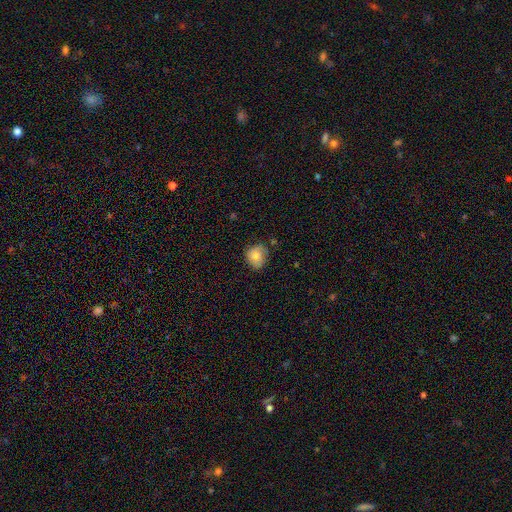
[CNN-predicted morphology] This appears to be a smooth galaxy with no disk features (77%) that is round (67%). Merging: none (61%).